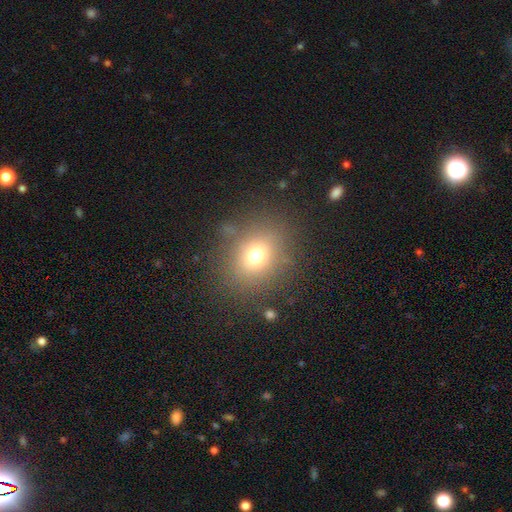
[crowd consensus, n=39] Overall: smooth (72%). How rounded: round (68%; in between 32%). Merging: none (97%).